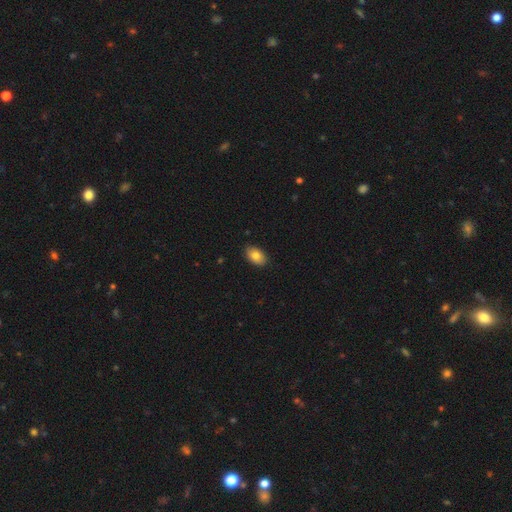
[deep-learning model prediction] smooth_or_featured: smooth (p=0.83) [alt: featured or disk p=0.10]
how_rounded: in between (p=0.90) [alt: round p=0.08]
merging: none (p=0.88) [alt: minor disturbance p=0.09]